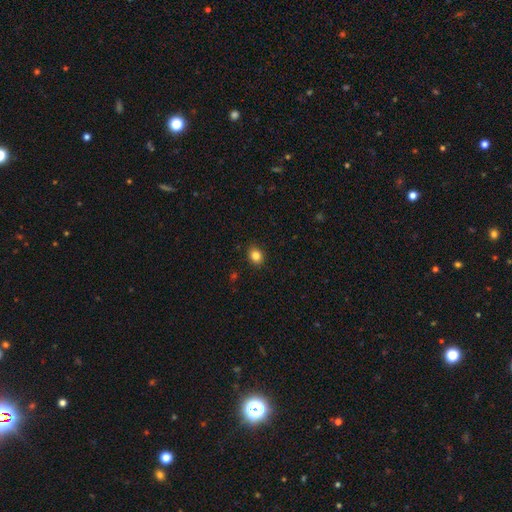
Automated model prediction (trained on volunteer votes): Q: Smooth or featured?
A: smooth (83%); runner-up: star or artifact (11%)
Q: How rounded?
A: round (56%); runner-up: in between (43%)
Q: Merging?
A: none (90%); runner-up: minor disturbance (7%)